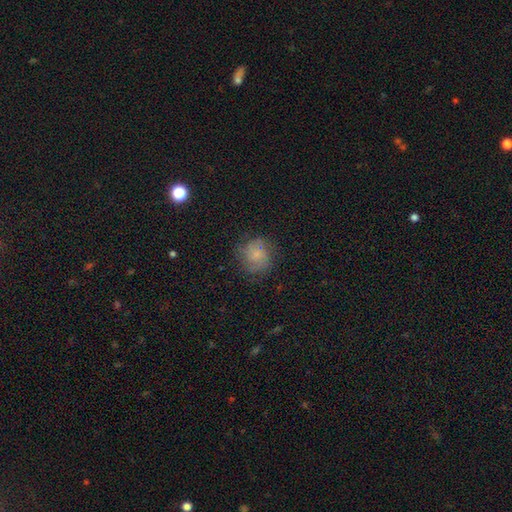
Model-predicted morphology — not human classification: Smooth or featured? Predicted: smooth (p=0.54). How rounded? Predicted: round (p=0.83). Merging? Predicted: none (p=0.71).